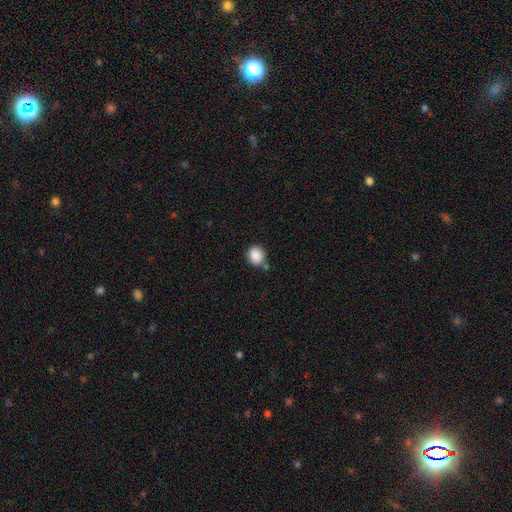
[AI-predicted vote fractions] Smooth or featured? Predicted: smooth (p=0.89). How rounded? Predicted: round (p=0.74). Merging? Predicted: none (p=0.73).